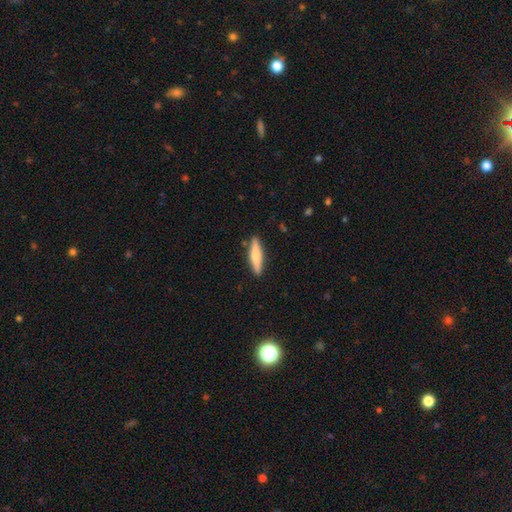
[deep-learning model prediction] Overall: smooth (57%; featured or disk 38%). How rounded: cigar-shaped (80%). Merging: none (88%).